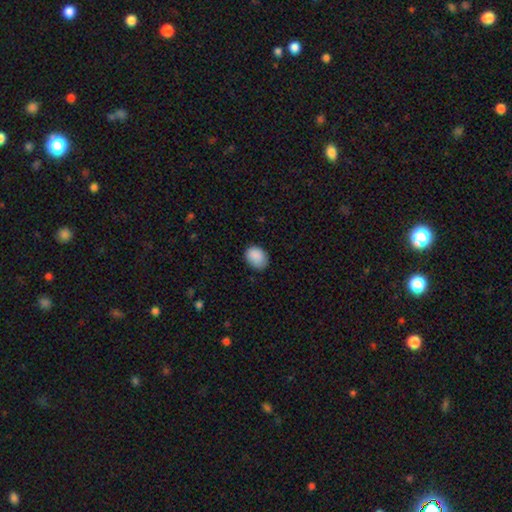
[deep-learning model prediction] Smooth or featured: smooth — 89% (star or artifact — 8%)
How rounded: in between — 63% (round — 36%)
Merging: none — 76% (minor disturbance — 20%)